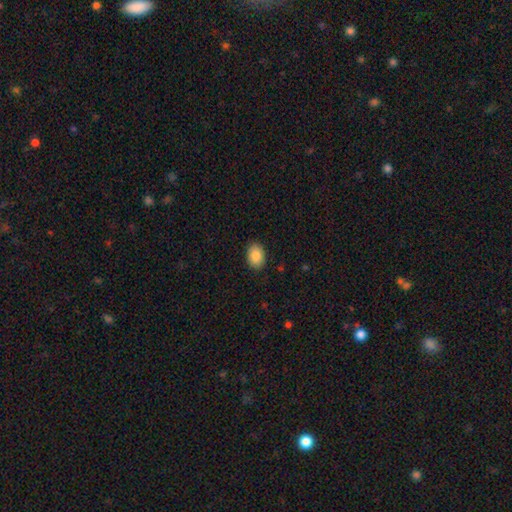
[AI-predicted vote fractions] This appears to be a smooth galaxy with no disk features (88%) that is in between round and cigar-shaped (79%). Merging: none (89%).